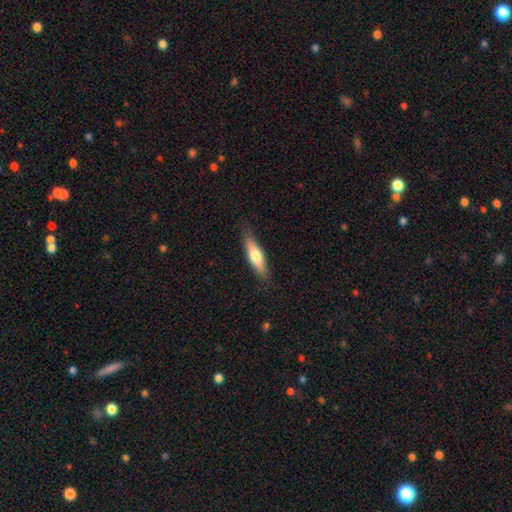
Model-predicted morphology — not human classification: Smooth or featured: smooth — 60% (featured or disk — 35%)
How rounded: cigar-shaped — 68% (in between — 30%)
Merging: none — 84% (minor disturbance — 12%)